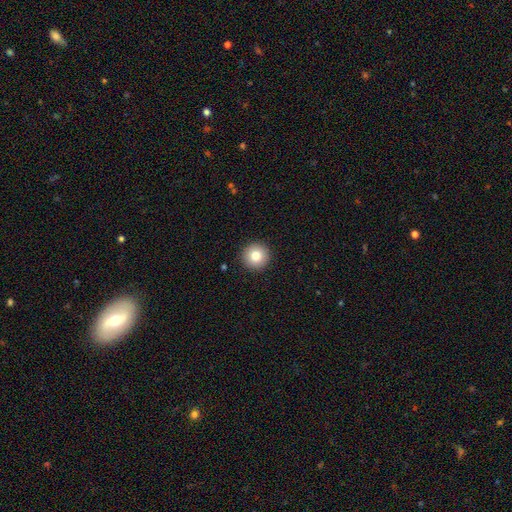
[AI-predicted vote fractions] smooth 80%, star or artifact 10%, featured or disk 10%. Down the decision tree: how rounded — round (96%); merging — none (93%).